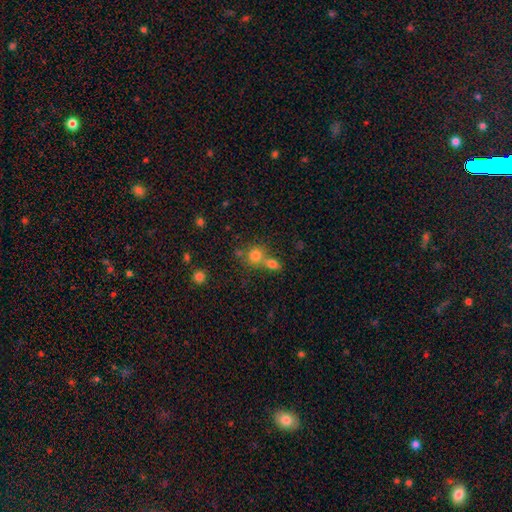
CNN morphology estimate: Smooth or featured? Predicted: smooth (p=0.77). How rounded? Predicted: round (p=0.82). Merging? Predicted: none (p=0.45).